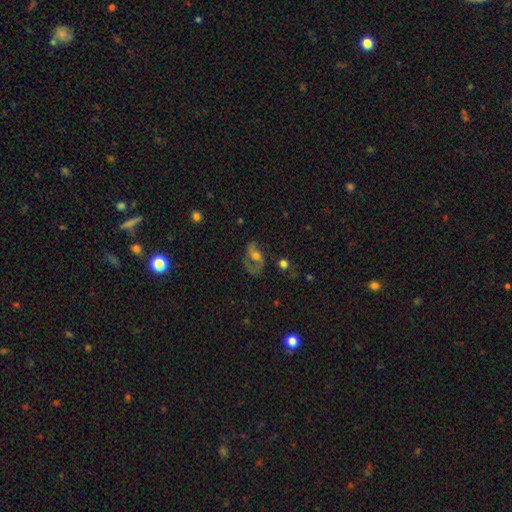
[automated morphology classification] smooth_or_featured: featured or disk (p=0.65) [alt: smooth p=0.25]
disk_edge_on: no (p=0.96) [alt: yes p=0.04]
bar: no (p=0.61) [alt: weak p=0.30]
has_spiral_arms: yes (p=0.81) [alt: no p=0.19]
spiral_winding: loose (p=0.47) [alt: medium p=0.41]
spiral_arm_count: 2 (p=0.72) [alt: 1 p=0.18]
bulge_size: moderate (p=0.60) [alt: small p=0.20]
merging: none (p=0.47) [alt: major disturbance p=0.29]